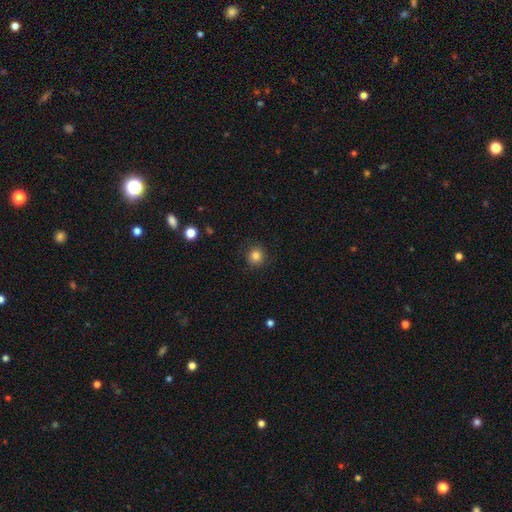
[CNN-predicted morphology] A smooth galaxy with no disk features (84%) that is round (91%).

Vote fractions:
- Smooth or featured? smooth: 84% / star or artifact: 11% / featured or disk: 5%
- How rounded? round: 91% / in between: 8% / cigar-shaped: 1%
- Merging? none: 90% / minor disturbance: 7% / major disturbance: 2% / merger: 1%